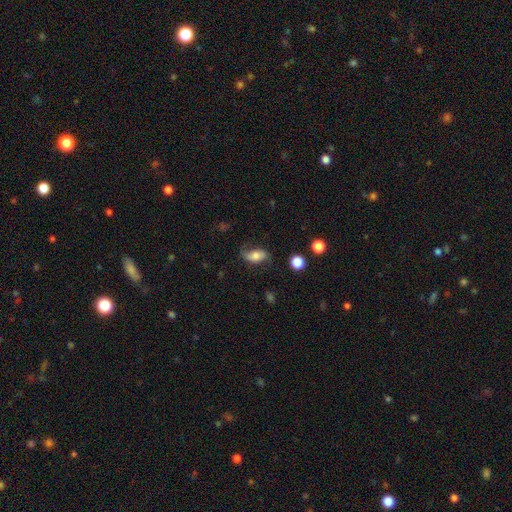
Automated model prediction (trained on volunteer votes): A smooth galaxy with no disk features (54%) that is in between round and cigar-shaped (88%). Merging: none (63%).